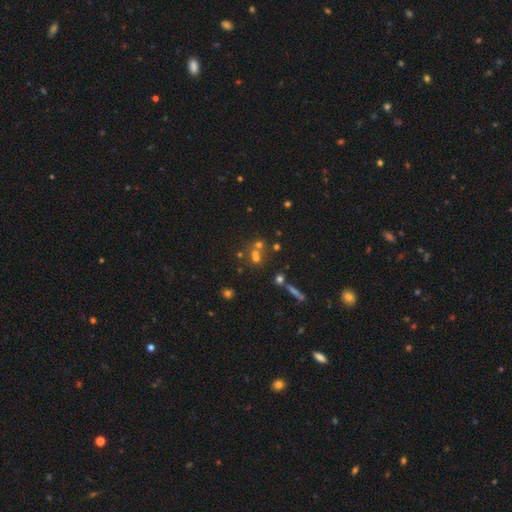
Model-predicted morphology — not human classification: Overall: smooth (45%; star or artifact 33%). Merging: none (45%; merger 43%).